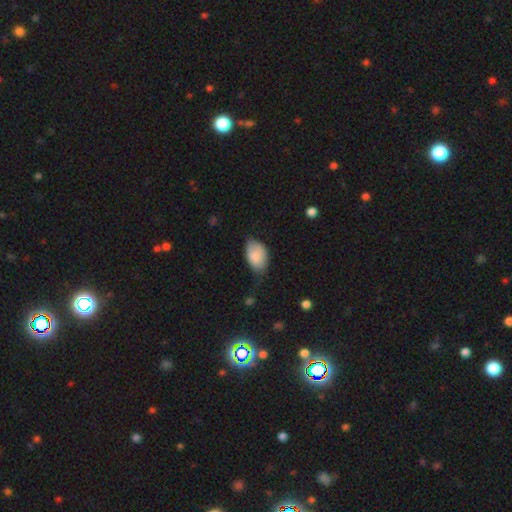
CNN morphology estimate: Smooth or featured: smooth — 83% (featured or disk — 10%)
How rounded: in between — 90% (round — 8%)
Merging: none — 48% (minor disturbance — 40%)